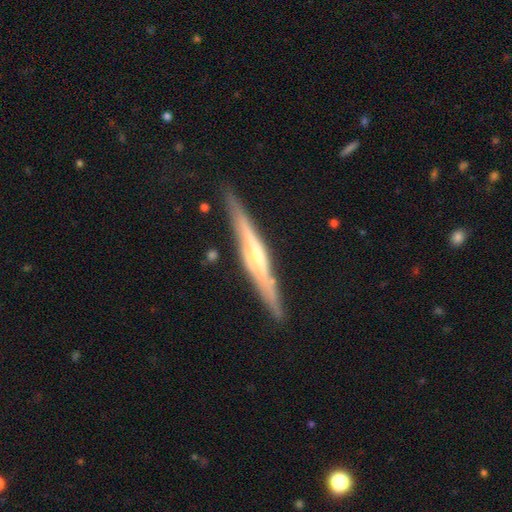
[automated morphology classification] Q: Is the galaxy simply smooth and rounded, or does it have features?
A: featured or disk — 80%.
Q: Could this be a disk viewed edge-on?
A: yes — 97%.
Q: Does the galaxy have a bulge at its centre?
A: rounded — 71%.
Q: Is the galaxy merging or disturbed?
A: none — 87%.